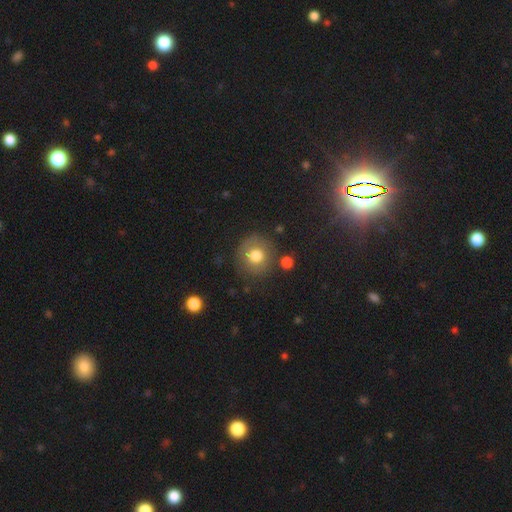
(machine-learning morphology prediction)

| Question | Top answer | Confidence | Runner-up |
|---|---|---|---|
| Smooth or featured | smooth | 73% | featured or disk (16%) |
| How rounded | round | 90% | in between (9%) |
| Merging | none | 78% | minor disturbance (13%) |